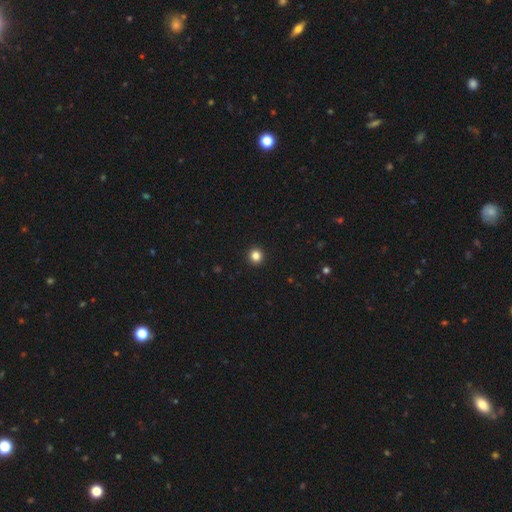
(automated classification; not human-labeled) The model was most divided on "smooth or featured": smooth: 84%, star or artifact: 12%, featured or disk: 4%. More confident: merging — none (94%); how rounded — round (93%).